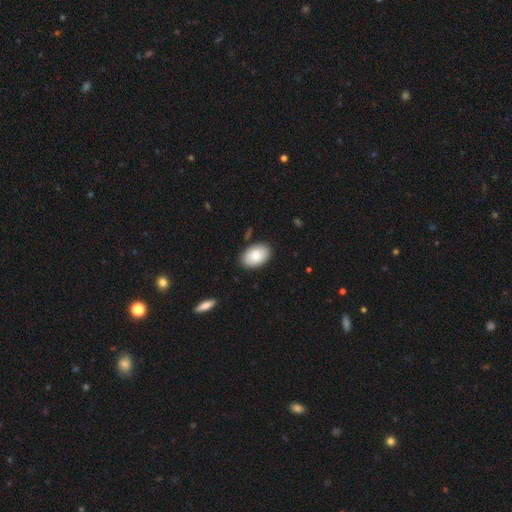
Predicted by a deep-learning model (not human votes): A smooth galaxy with no disk features (82%) that is in between round and cigar-shaped (91%). Merging: none (87%).